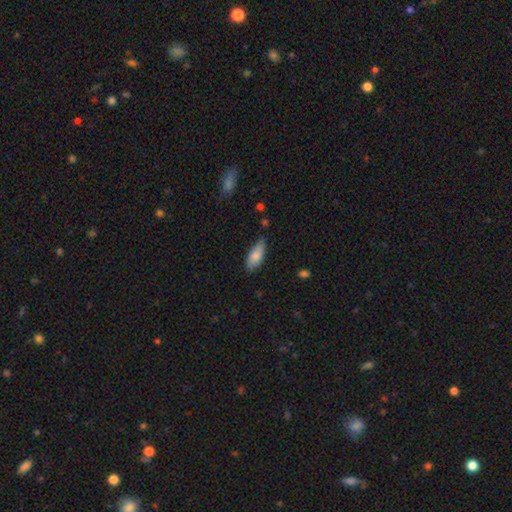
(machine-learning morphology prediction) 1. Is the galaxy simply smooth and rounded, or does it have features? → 79% smooth, 15% featured or disk, 6% star or artifact.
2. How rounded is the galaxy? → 81% in between, 17% cigar-shaped, 2% round.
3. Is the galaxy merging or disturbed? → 63% none, 30% minor disturbance, 4% major disturbance, 2% merger.